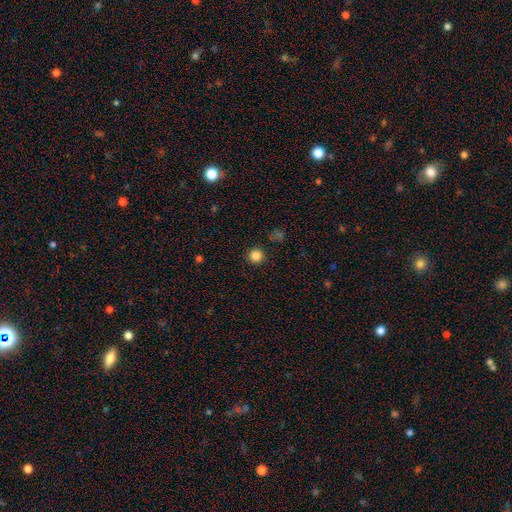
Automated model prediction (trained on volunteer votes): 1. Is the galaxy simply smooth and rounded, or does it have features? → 84% smooth, 12% star or artifact, 4% featured or disk.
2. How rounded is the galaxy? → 95% round, 4% in between, 1% cigar-shaped.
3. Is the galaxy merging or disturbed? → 91% none, 5% minor disturbance, 2% major disturbance, 2% merger.